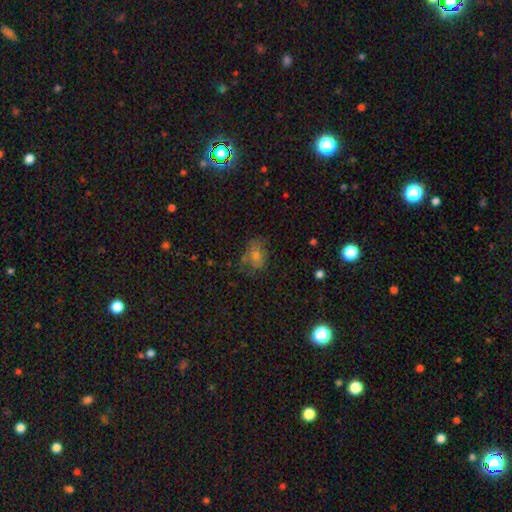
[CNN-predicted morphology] This is possibly a smooth galaxy (50%). How rounded: likely in between (60%). Merging: possibly none (58%).